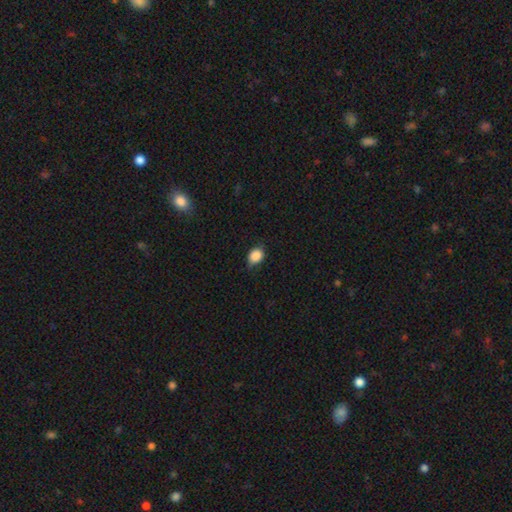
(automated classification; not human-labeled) smooth_or_featured: smooth (p=0.87) [alt: star or artifact p=0.09]
how_rounded: in between (p=0.54) [alt: round p=0.45]
merging: none (p=0.65) [alt: minor disturbance p=0.28]